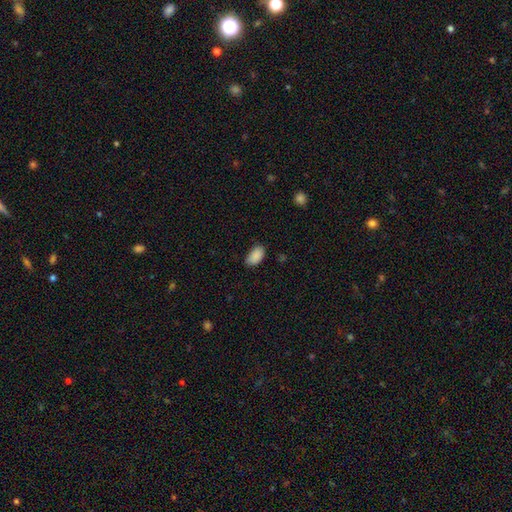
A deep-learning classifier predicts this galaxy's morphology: Smooth or featured? Predicted: smooth (p=0.89). How rounded? Predicted: in between (p=0.94). Merging? Predicted: none (p=0.75).